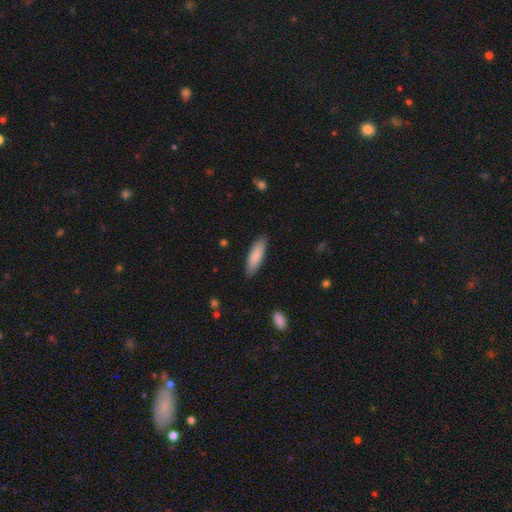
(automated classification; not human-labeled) Smooth or featured? Predicted: smooth (p=0.86). How rounded? Predicted: cigar-shaped (p=0.55). Merging? Predicted: none (p=0.87).